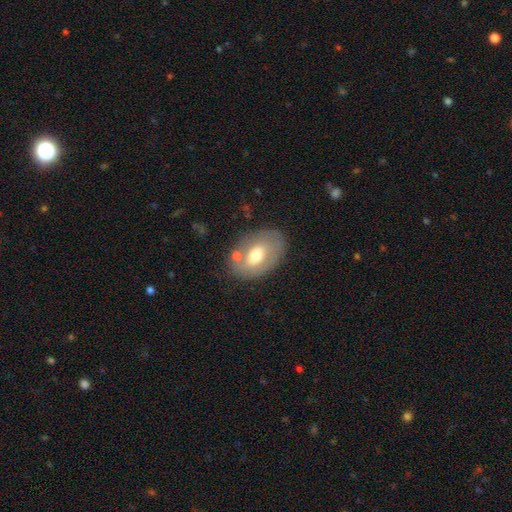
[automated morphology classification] Smooth or featured?
  - smooth: 55% *
  - featured or disk: 38%
  - star or artifact: 7%
How rounded?
  - in between: 85% *
  - round: 14%
  - cigar-shaped: 1%
Merging?
  - none: 67% *
  - minor disturbance: 17%
  - merger: 10%
  - major disturbance: 6%